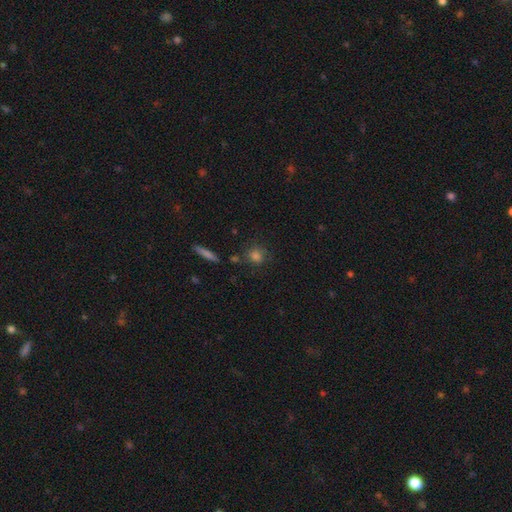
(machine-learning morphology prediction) This appears to be a smooth galaxy with no disk features (76%) that is round (77%). Merging: none (70%).